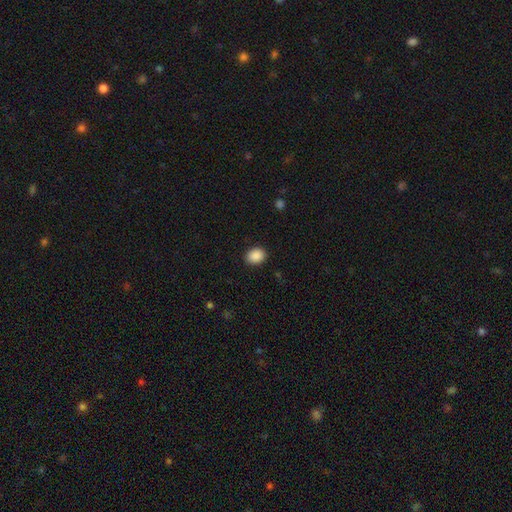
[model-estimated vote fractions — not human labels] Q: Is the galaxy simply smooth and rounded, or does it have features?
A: smooth — 90%.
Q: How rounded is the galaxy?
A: in between — 58%.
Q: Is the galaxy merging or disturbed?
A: none — 90%.